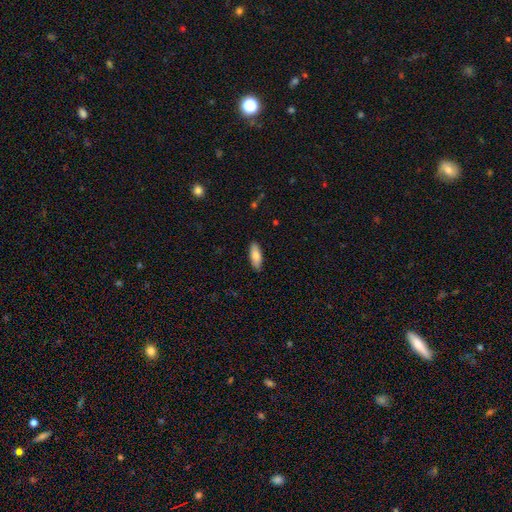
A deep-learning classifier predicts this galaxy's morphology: smooth_or_featured: smooth (p=0.79) [alt: featured or disk p=0.16]
how_rounded: in between (p=0.73) [alt: cigar-shaped p=0.25]
merging: none (p=0.89) [alt: minor disturbance p=0.08]